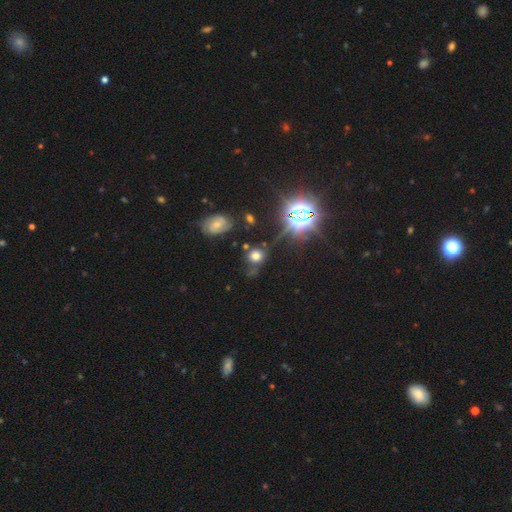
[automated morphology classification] A smooth galaxy with no disk features (56%) that is round (74%). Merging: none (62%).